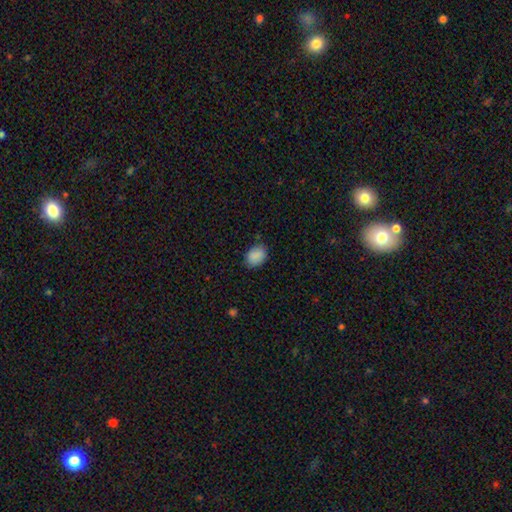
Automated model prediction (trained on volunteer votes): The model was most divided on "how rounded": in between: 68%, round: 31%, cigar-shaped: 1%. More confident: smooth or featured — smooth (88%); merging — none (77%).